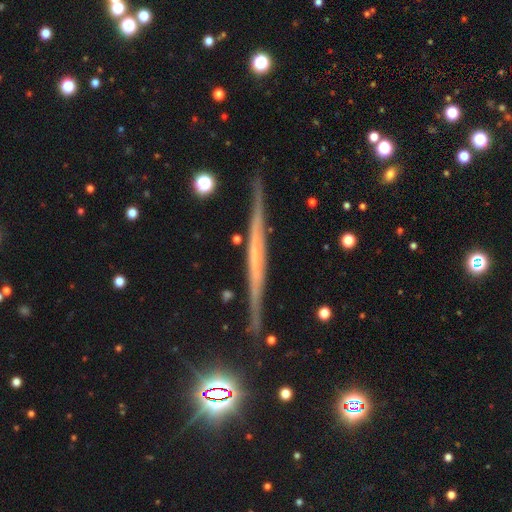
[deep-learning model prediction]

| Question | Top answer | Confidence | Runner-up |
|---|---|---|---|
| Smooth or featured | featured or disk | 70% | smooth (21%) |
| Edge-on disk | yes | 97% | no (3%) |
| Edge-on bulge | none | 77% | rounded (13%) |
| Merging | none | 87% | minor disturbance (9%) |